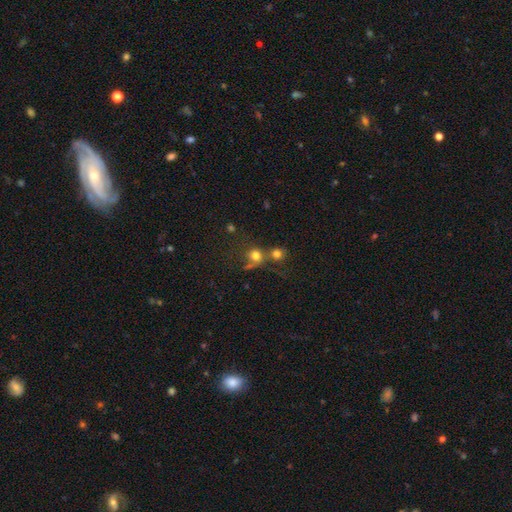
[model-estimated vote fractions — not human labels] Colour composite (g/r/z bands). It shows a smooth galaxy with no disk features (73%) that is round (85%). Merging: none (44%).